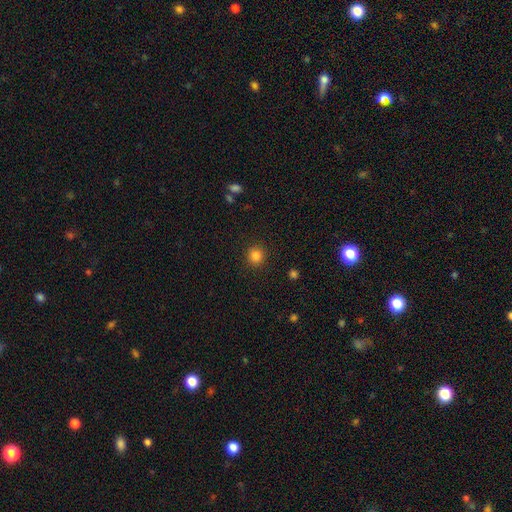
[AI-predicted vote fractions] A smooth galaxy with no disk features (84%) that is round (92%). Merging: none (91%).